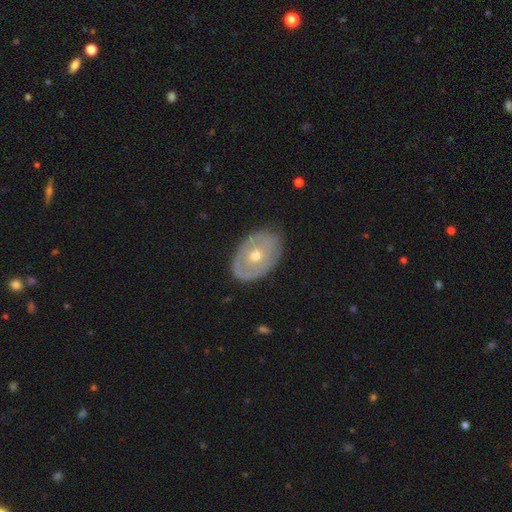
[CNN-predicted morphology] Smooth or featured? Predicted: featured or disk (p=0.58). Edge-on disk? Predicted: no (p=0.91). Bar? Predicted: no (p=0.88). Spiral arms? Predicted: no (p=0.75). Bulge size? Predicted: moderate (p=0.70). Merging? Predicted: none (p=0.77).